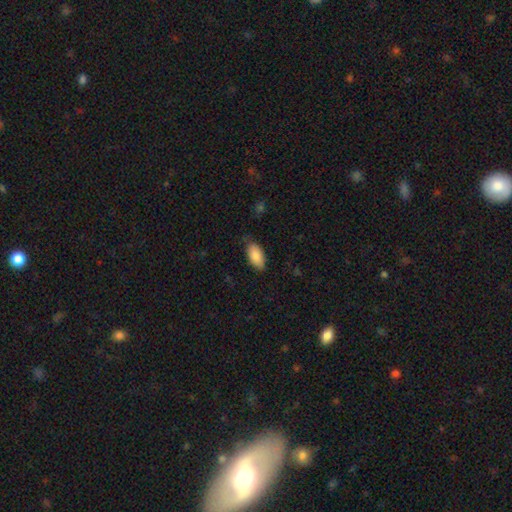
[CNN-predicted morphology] A smooth galaxy with no disk features (87%) that is in between round and cigar-shaped (93%). Merging: none (74%).